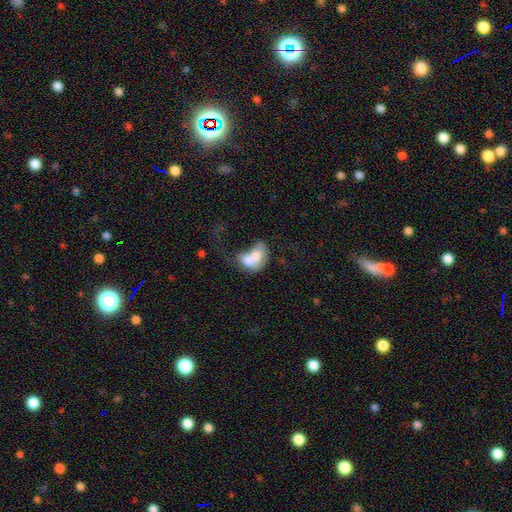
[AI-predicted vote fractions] Smooth or featured?
  - smooth: 61% *
  - featured or disk: 32%
  - star or artifact: 8%
How rounded?
  - in between: 72% *
  - round: 26%
  - cigar-shaped: 2%
Merging?
  - merger: 75% *
  - major disturbance: 10%
  - none: 10%
  - minor disturbance: 6%